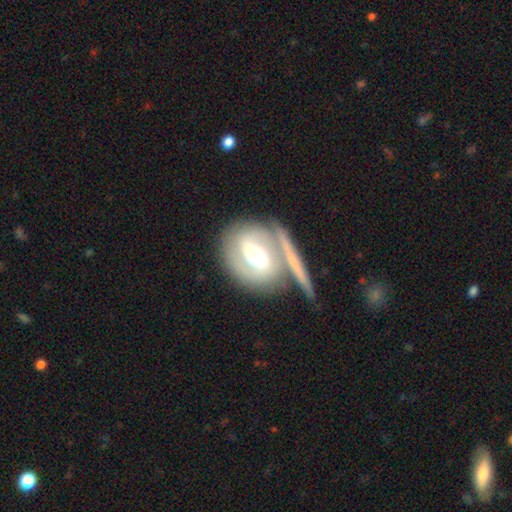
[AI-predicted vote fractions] This appears to be a featured or disk galaxy (74%) with a strong bar (47%), 2 (70%) tight (46%) spiral arms (81%) and a moderate central bulge (65%). Merging: none (51%).